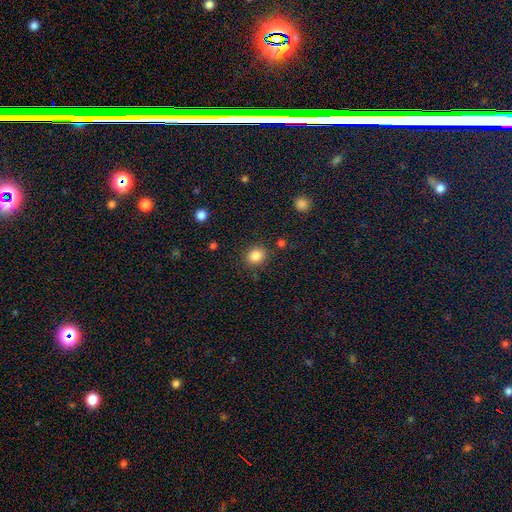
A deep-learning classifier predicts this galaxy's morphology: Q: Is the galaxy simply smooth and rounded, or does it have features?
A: smooth — 85%.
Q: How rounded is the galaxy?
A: round — 73%.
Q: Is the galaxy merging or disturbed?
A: none — 85%.